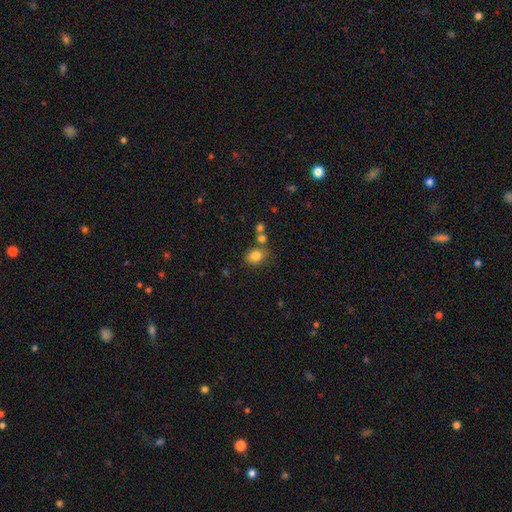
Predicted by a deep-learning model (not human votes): smooth-or-featured: smooth: 82% | star or artifact: 11% | featured or disk: 7%
  how-rounded: in between: 59% | round: 40% | cigar-shaped: 1%
  merging: none: 62% | merger: 19% | minor disturbance: 14% | major disturbance: 5%